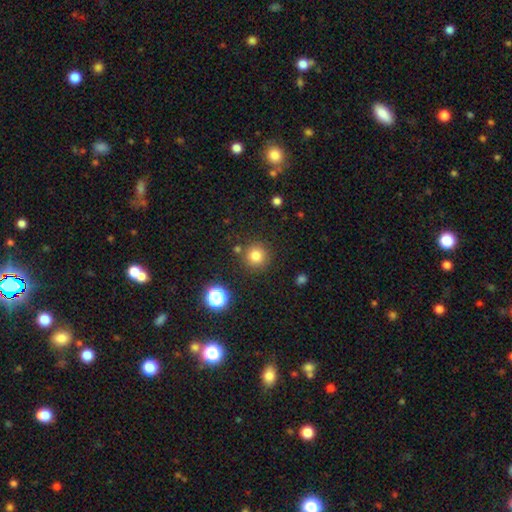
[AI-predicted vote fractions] The model was most divided on "smooth or featured": smooth: 80%, star or artifact: 14%, featured or disk: 6%. More confident: how rounded — round (94%); merging — none (84%).